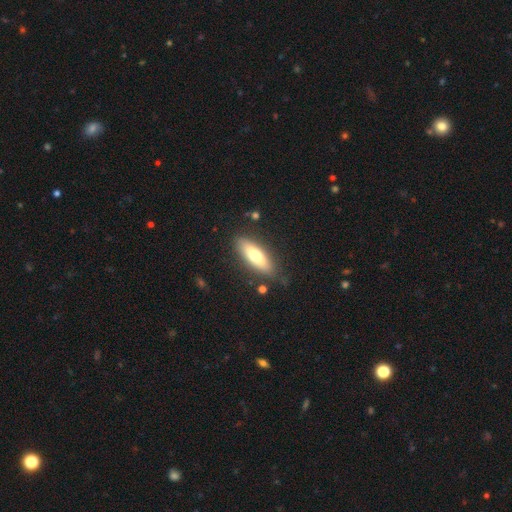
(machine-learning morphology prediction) This is likely a smooth galaxy (66%). How rounded: possibly in between (57%). Merging: clearly none (81%).